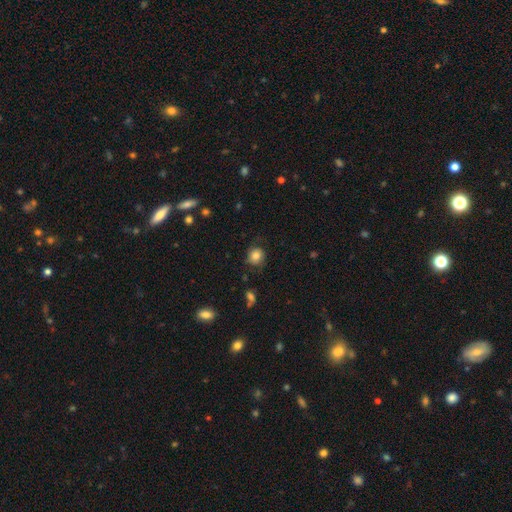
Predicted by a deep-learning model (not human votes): Overall: smooth (76%). How rounded: round (82%). Merging: none (71%).